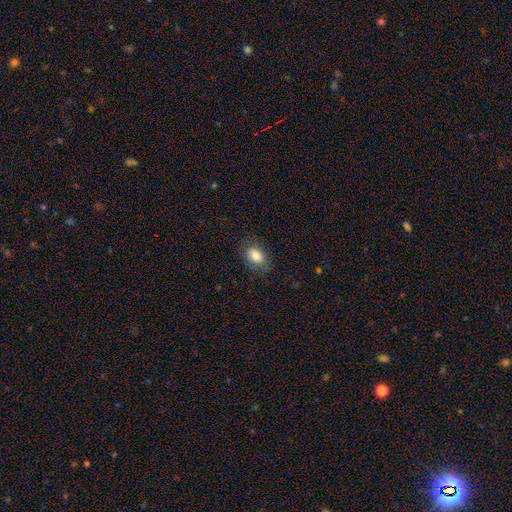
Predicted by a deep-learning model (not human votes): Morphology: type=smooth (82%); roundness=in between (79%); merging=none (80%).